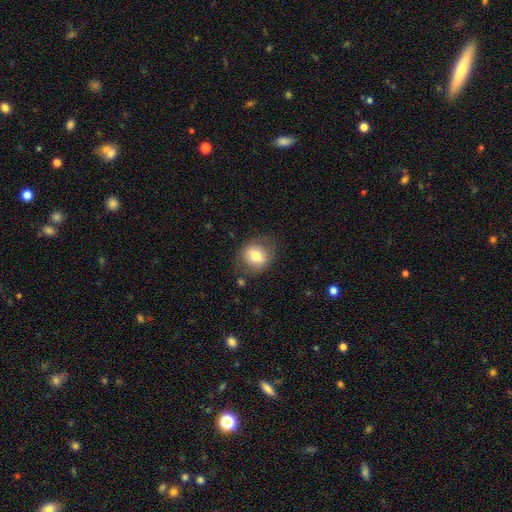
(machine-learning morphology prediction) The model was most divided on "how rounded": round: 76%, in between: 23%, cigar-shaped: 1%. More confident: merging — none (75%); smooth or featured — smooth (74%).